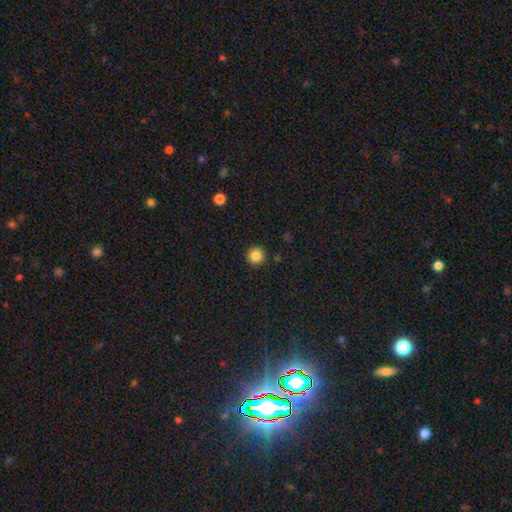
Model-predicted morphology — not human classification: Smooth or featured? smooth (84%)
How rounded? round (96%)
Merging? none (92%)